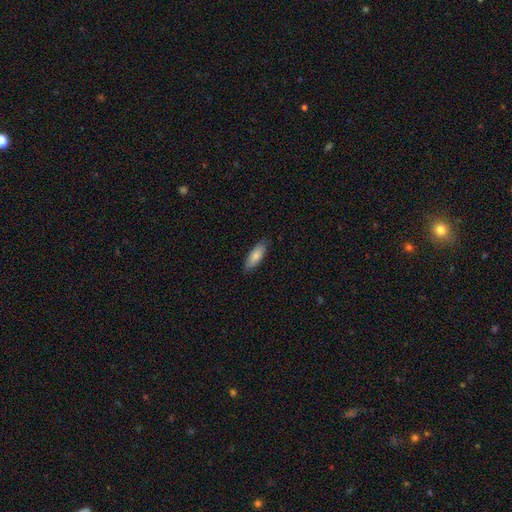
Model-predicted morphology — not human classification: Smooth or featured: smooth — 81% (featured or disk — 13%)
How rounded: in between — 64% (cigar-shaped — 34%)
Merging: none — 83% (minor disturbance — 14%)